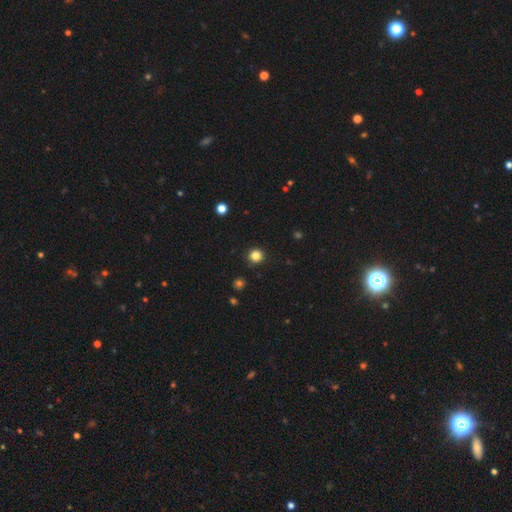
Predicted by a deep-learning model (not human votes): smooth 84%, star or artifact 13%, featured or disk 4%. Down the decision tree: how rounded — round (95%); merging — none (92%).